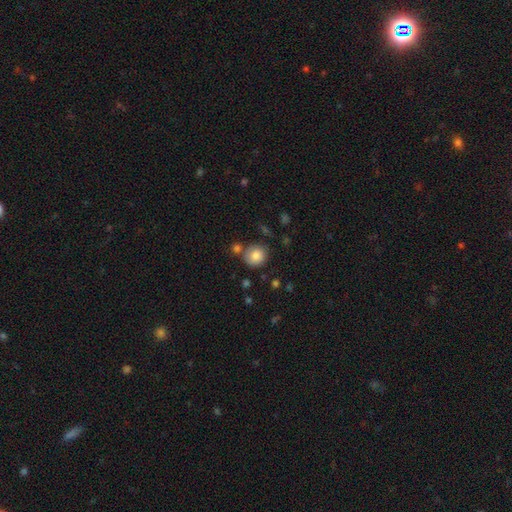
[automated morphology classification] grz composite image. It shows a smooth galaxy with no disk features (83%) that is round (86%). Merging: none (72%).